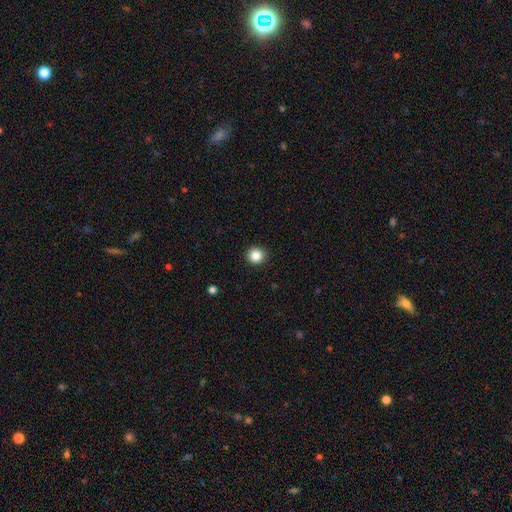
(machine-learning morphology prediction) This appears to be a smooth galaxy with no disk features (85%) that is round (94%). Merging: none (93%).